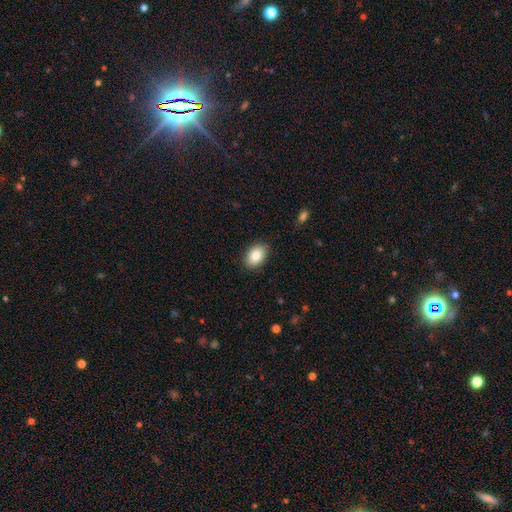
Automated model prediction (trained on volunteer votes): This is clearly a smooth galaxy (85%). How rounded: clearly in between (86%). Merging: clearly none (87%).